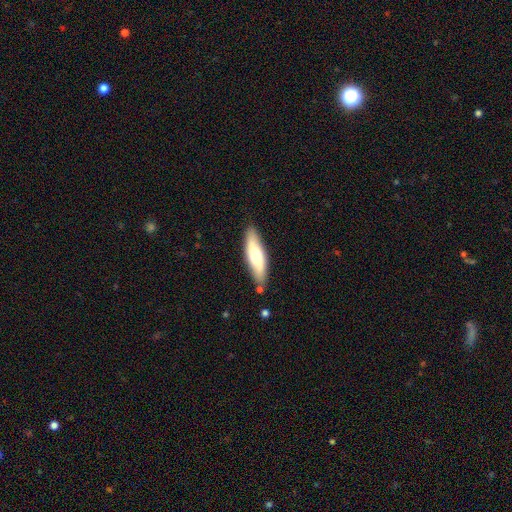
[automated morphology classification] Overall: smooth (58%; featured or disk 37%). How rounded: cigar-shaped (58%; in between 40%). Merging: none (83%).